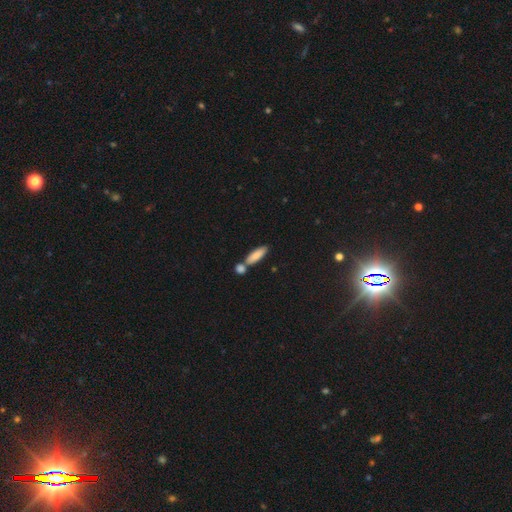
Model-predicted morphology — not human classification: Smooth or featured? smooth (82%)
How rounded? cigar-shaped (50%)
Merging? none (56%)